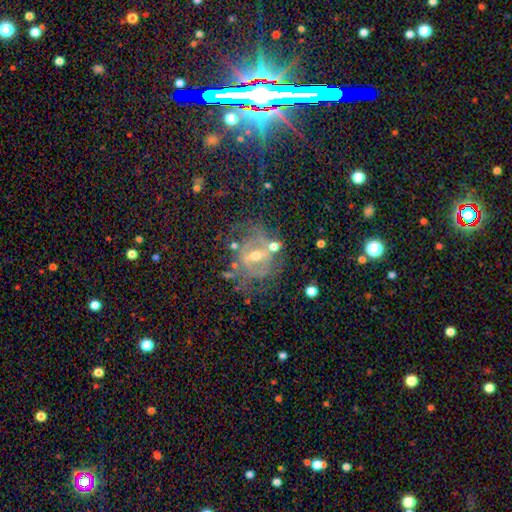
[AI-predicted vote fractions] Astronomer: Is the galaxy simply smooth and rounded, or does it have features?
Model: featured or disk — 71%.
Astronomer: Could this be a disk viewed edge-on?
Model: no — 94%.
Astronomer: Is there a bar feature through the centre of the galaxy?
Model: weak — 40% (runner-up: strong, 38%).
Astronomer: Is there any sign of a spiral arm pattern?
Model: yes — 63%.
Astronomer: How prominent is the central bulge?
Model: moderate — 62%.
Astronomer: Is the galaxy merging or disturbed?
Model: none — 56%.